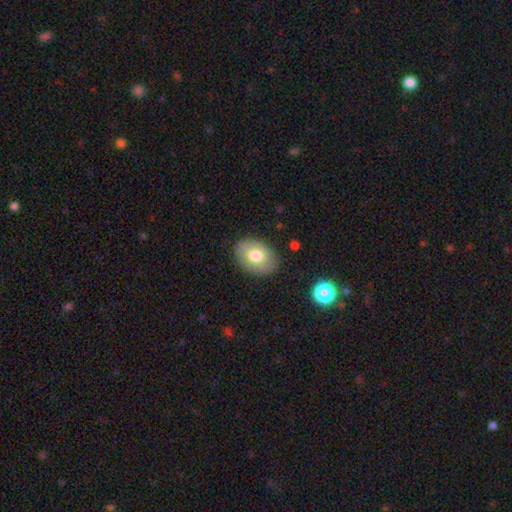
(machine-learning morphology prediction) Smooth or featured: smooth — 71% (featured or disk — 22%)
How rounded: in between — 80% (round — 19%)
Merging: none — 84% (minor disturbance — 11%)